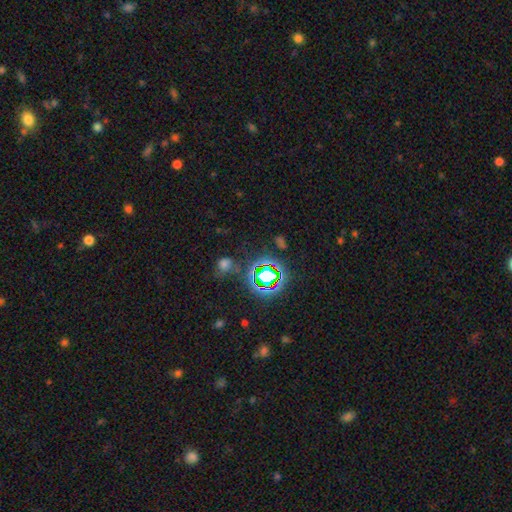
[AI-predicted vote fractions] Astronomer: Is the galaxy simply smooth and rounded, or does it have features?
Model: star or artifact — 69%.